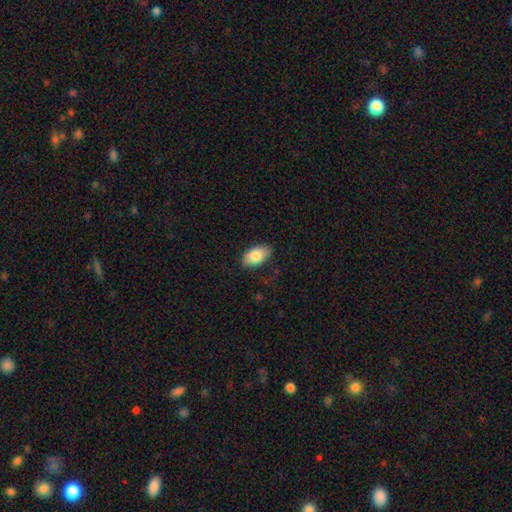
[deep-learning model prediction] Smooth or featured?
  - smooth: 81% *
  - featured or disk: 12%
  - star or artifact: 7%
How rounded?
  - in between: 93% *
  - round: 5%
  - cigar-shaped: 2%
Merging?
  - none: 82% *
  - minor disturbance: 14%
  - major disturbance: 3%
  - merger: 1%